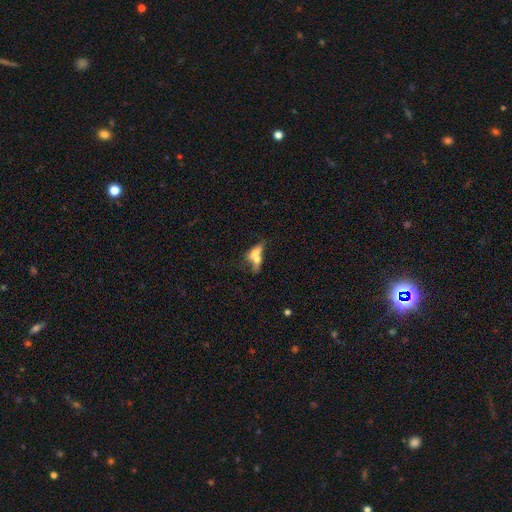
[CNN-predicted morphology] Smooth or featured: smooth — 53% (featured or disk — 36%)
How rounded: in between — 54% (cigar-shaped — 39%)
Merging: merger — 55% (none — 23%)